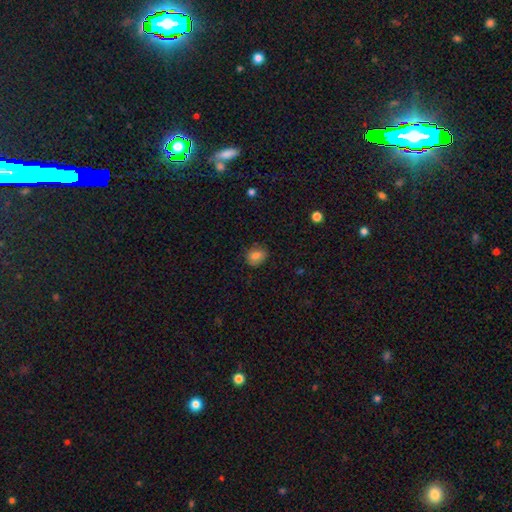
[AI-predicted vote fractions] smooth 81%, star or artifact 10%, featured or disk 9%. Down the decision tree: how rounded — round (50%); merging — none (80%).